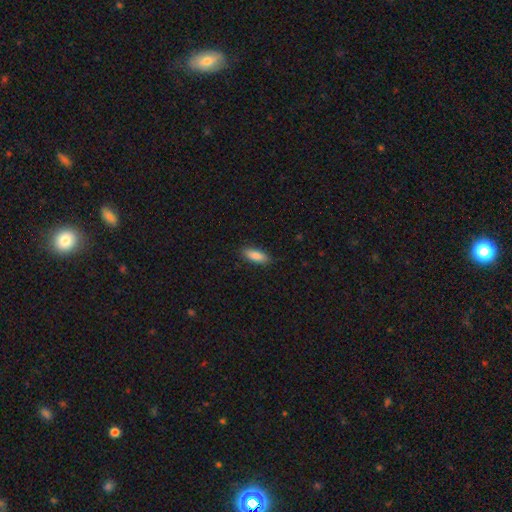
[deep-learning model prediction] A smooth galaxy with no disk features (88%) that is in between round and cigar-shaped (72%). Merging: none (88%).